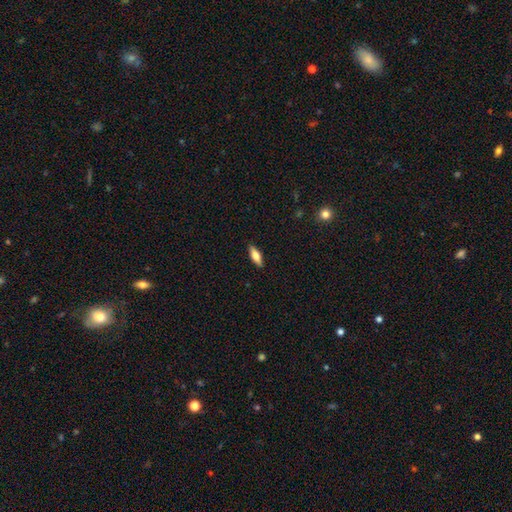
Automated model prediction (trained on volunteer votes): smooth-or-featured: smooth: 66% | featured or disk: 28% | star or artifact: 6%
  how-rounded: in between: 57% | cigar-shaped: 40% | round: 3%
  merging: none: 89% | minor disturbance: 8% | major disturbance: 2% | merger: 1%